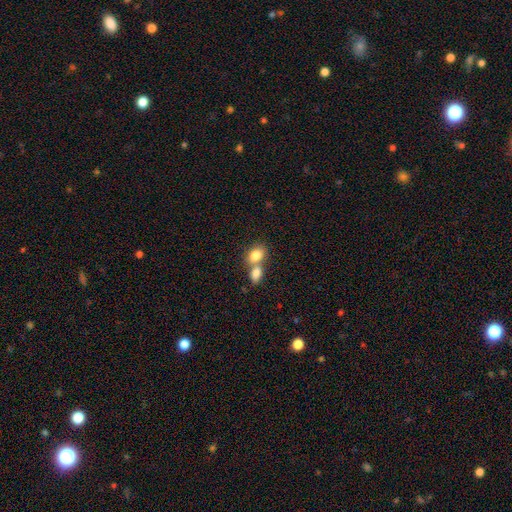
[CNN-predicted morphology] smooth-or-featured: smooth: 82% | featured or disk: 10% | star or artifact: 8%
  how-rounded: in between: 75% | round: 24% | cigar-shaped: 2%
  merging: merger: 61% | none: 29% | minor disturbance: 7% | major disturbance: 3%